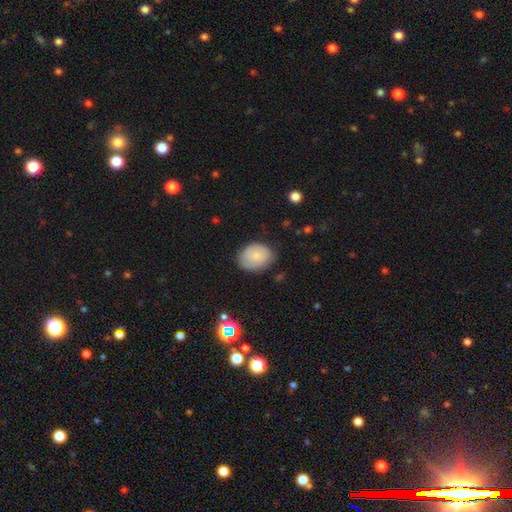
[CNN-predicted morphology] Smooth or featured: smooth — 80% (featured or disk — 13%)
How rounded: in between — 57% (round — 43%)
Merging: none — 76% (minor disturbance — 18%)